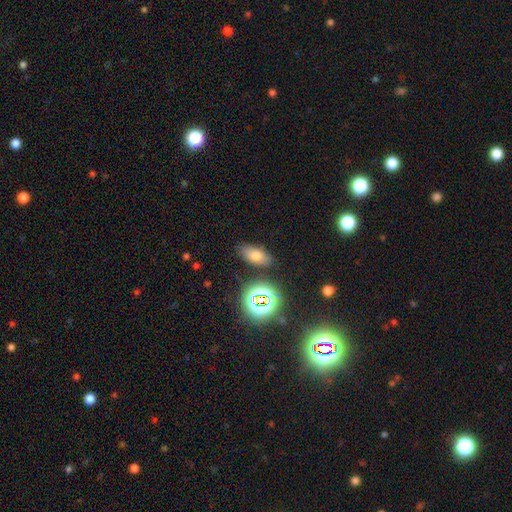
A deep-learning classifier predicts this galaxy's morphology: This is likely a smooth galaxy (66%). How rounded: clearly in between (84%). Merging: clearly none (82%).